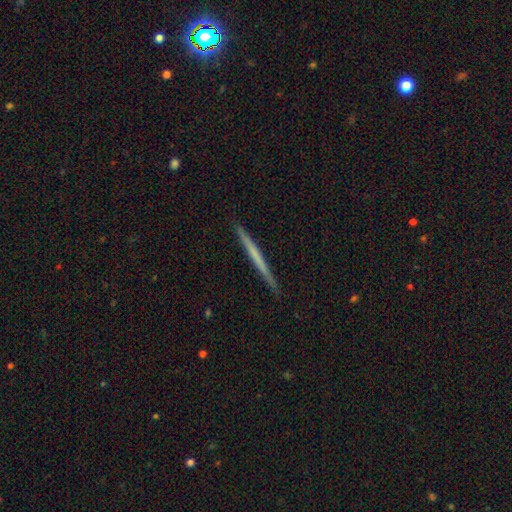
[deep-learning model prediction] This is possibly a featured or disk galaxy (48%). Merging: clearly none (92%).